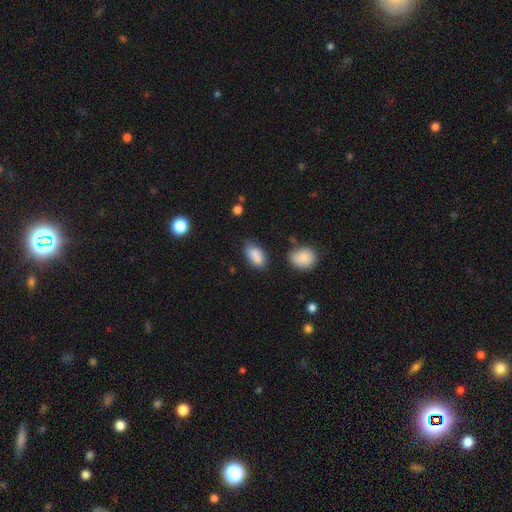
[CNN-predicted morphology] This appears to be a smooth galaxy with no disk features (86%) that is in between round and cigar-shaped (92%). Merging: none (66%).